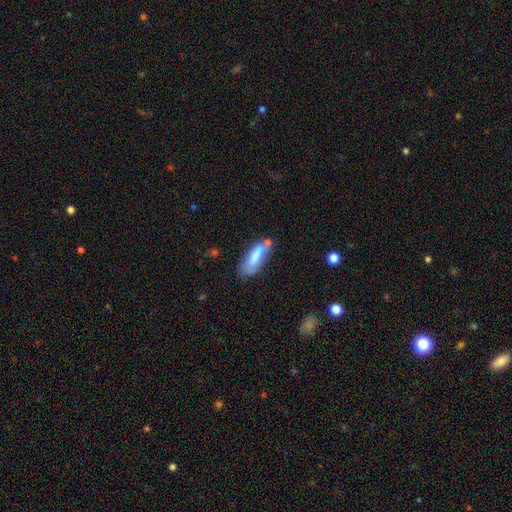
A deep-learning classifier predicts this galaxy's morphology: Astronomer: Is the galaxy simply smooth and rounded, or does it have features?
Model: smooth — 74%.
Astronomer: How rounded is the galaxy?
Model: in between — 53% (runner-up: cigar-shaped, 46%).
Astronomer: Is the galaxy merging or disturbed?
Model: none — 49% (runner-up: minor disturbance, 27%).